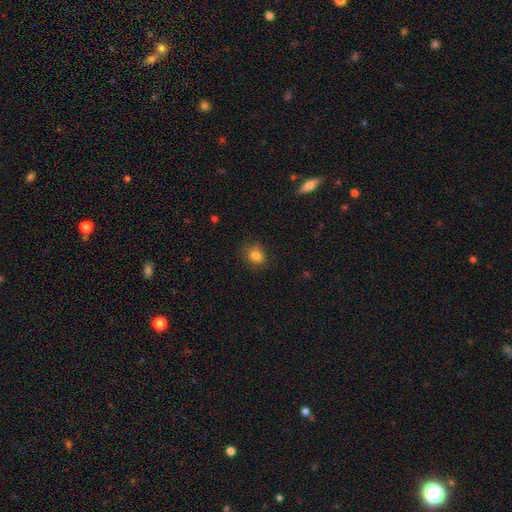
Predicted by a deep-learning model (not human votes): Smooth or featured: smooth — 83% (star or artifact — 11%)
How rounded: round — 70% (in between — 30%)
Merging: none — 84% (minor disturbance — 12%)